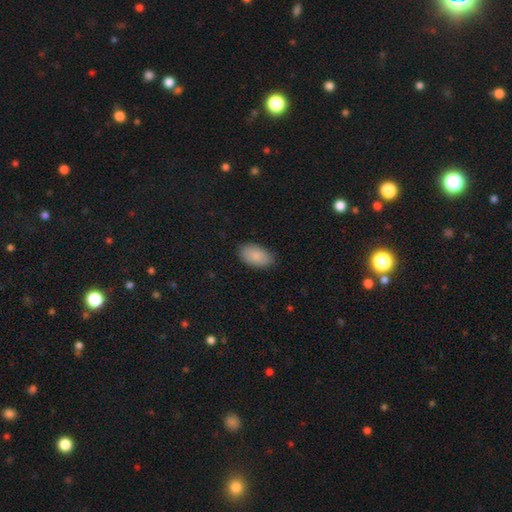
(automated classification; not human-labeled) smooth-or-featured: smooth: 87% | star or artifact: 7% | featured or disk: 7%
  how-rounded: in between: 94% | round: 4% | cigar-shaped: 2%
  merging: none: 82% | minor disturbance: 15% | major disturbance: 3% | merger: 1%